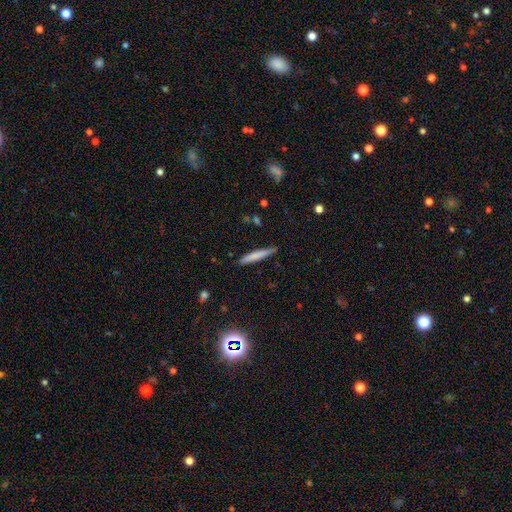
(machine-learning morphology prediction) This is likely a smooth galaxy (71%). How rounded: clearly cigar-shaped (94%). Merging: clearly none (85%).